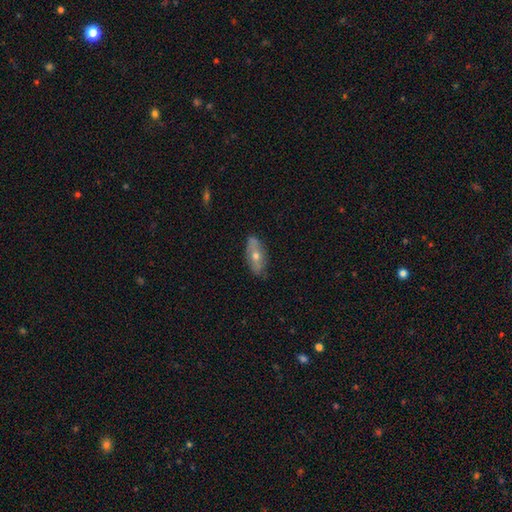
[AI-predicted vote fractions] Morphology: type=featured or disk (49%); merging=none (79%).